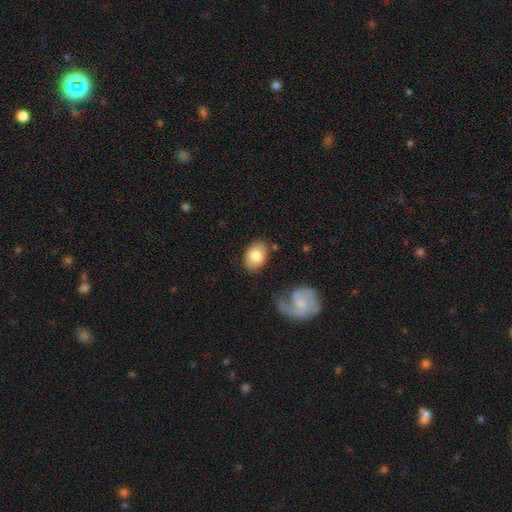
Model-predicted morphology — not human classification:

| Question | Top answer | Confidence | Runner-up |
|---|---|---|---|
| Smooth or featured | smooth | 78% | featured or disk (16%) |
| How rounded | in between | 80% | round (19%) |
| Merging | none | 78% | minor disturbance (14%) |